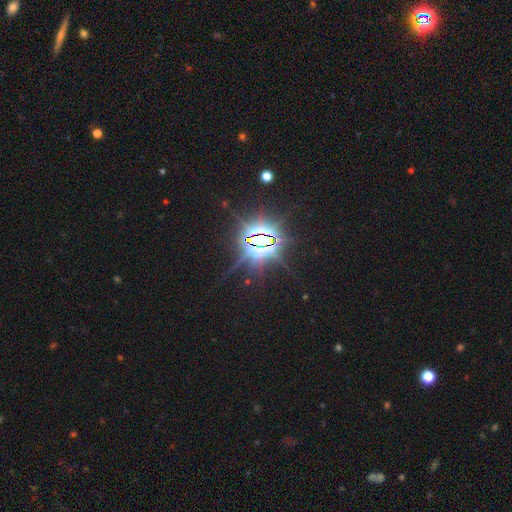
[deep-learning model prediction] Overall: star or artifact (88%).